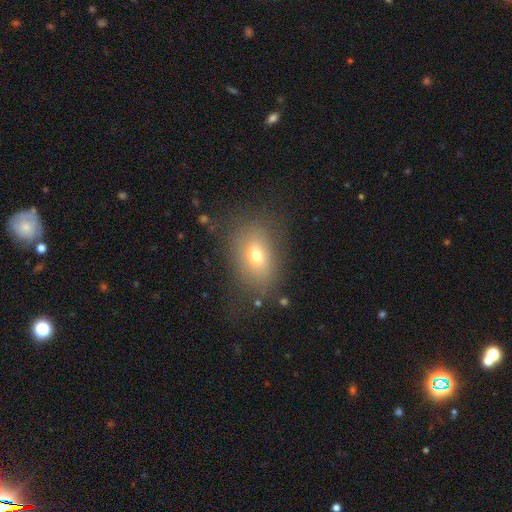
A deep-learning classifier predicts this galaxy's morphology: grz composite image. It shows a smooth galaxy with no disk features (67%) that is in between round and cigar-shaped (71%). Merging: none (73%).